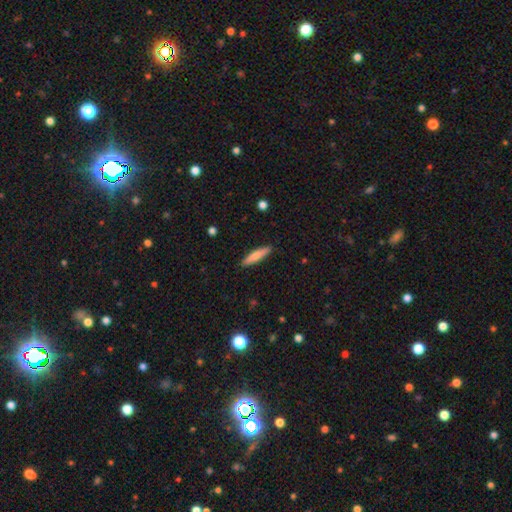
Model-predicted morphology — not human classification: smooth_or_featured: smooth (p=0.73) [alt: featured or disk p=0.21]
how_rounded: cigar-shaped (p=0.83) [alt: in between p=0.15]
merging: none (p=0.90) [alt: minor disturbance p=0.08]